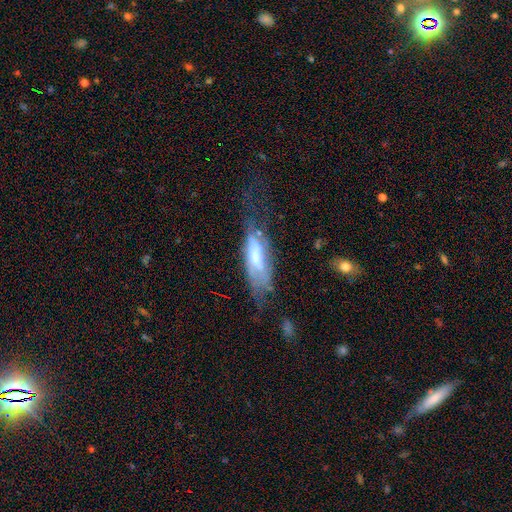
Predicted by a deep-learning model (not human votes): featured or disk 55%, smooth 37%, star or artifact 8%. Down the decision tree: edge-on disk — no (70%); merging — major disturbance (34%).